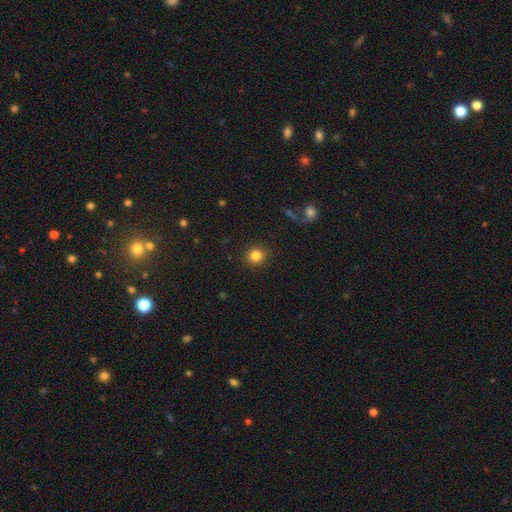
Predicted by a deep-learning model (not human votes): smooth_or_featured: smooth (p=0.84) [alt: star or artifact p=0.11]
how_rounded: round (p=0.89) [alt: in between p=0.10]
merging: none (p=0.91) [alt: minor disturbance p=0.05]